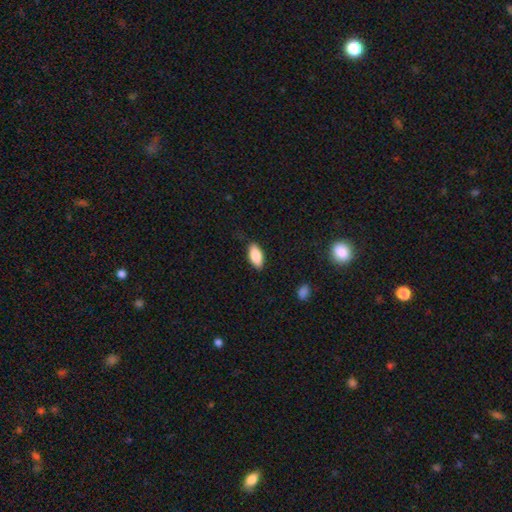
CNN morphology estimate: This is clearly a smooth galaxy (86%). How rounded: clearly in between (90%). Merging: clearly none (85%).